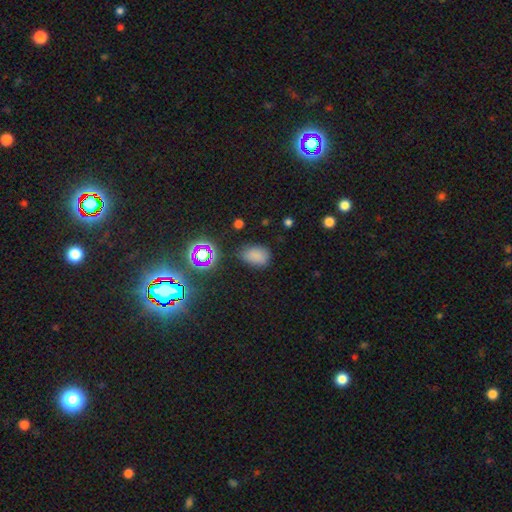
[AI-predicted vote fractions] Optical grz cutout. It shows a smooth galaxy with no disk features (75%) that is in between round and cigar-shaped (81%). Merging: none (74%).